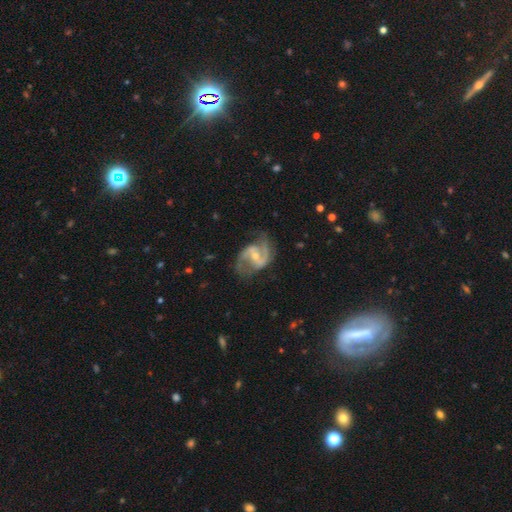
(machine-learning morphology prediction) Smooth or featured? featured or disk (89%)
Edge-on disk? no (98%)
Bar? weak (47%)
Spiral arms? yes (97%)
Spiral winding? medium (54%)
Spiral arm count? 2 (91%)
Bulge size? small (52%)
Merging? none (70%)